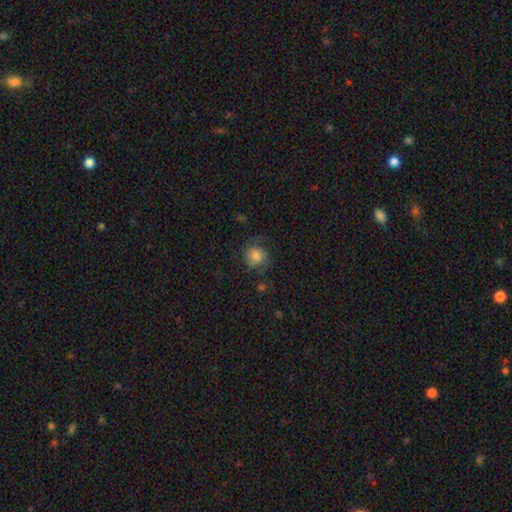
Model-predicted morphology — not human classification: Smooth or featured? smooth (79%)
How rounded? round (80%)
Merging? none (62%)